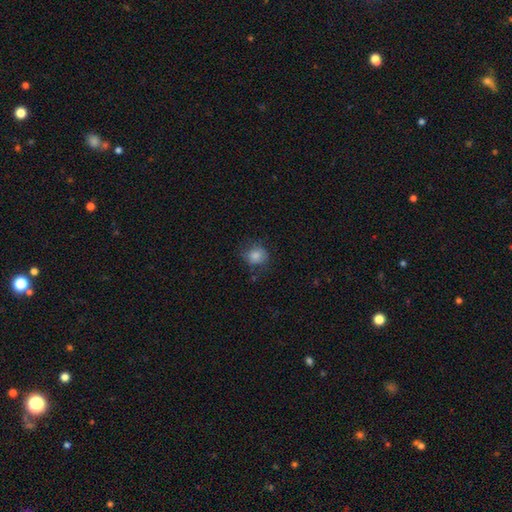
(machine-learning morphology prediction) smooth_or_featured: smooth (p=0.83) [alt: star or artifact p=0.10]
how_rounded: round (p=0.77) [alt: in between p=0.22]
merging: none (p=0.71) [alt: minor disturbance p=0.21]